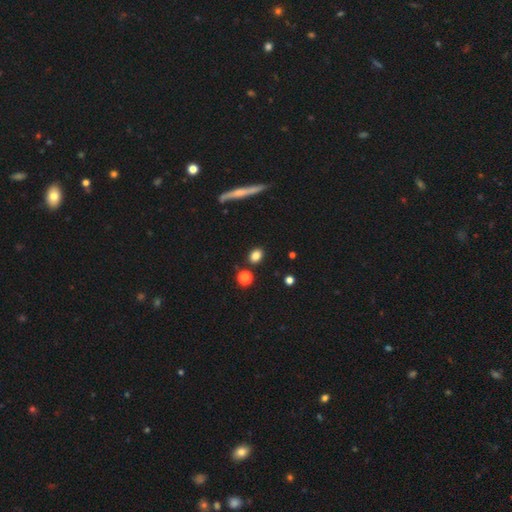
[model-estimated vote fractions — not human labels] This is clearly a smooth galaxy (82%). How rounded: possibly in between (55%). Merging: clearly none (85%).